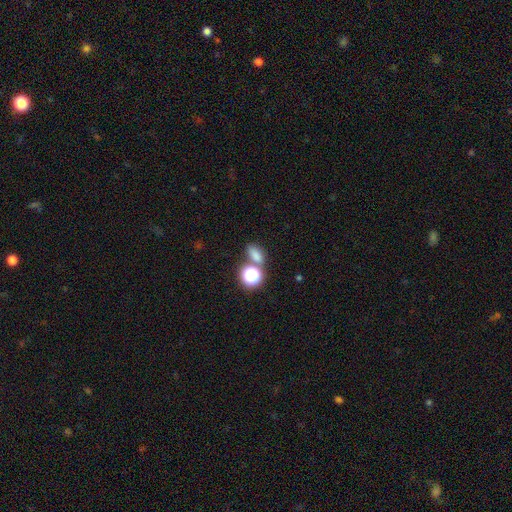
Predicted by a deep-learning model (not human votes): A smooth galaxy with no disk features (71%) that is in between round and cigar-shaped (68%).

Vote fractions:
- Smooth or featured? smooth: 71% / star or artifact: 22% / featured or disk: 7%
- How rounded? in between: 68% / round: 28% / cigar-shaped: 3%
- Merging? none: 64% / merger: 21% / minor disturbance: 11% / major disturbance: 5%